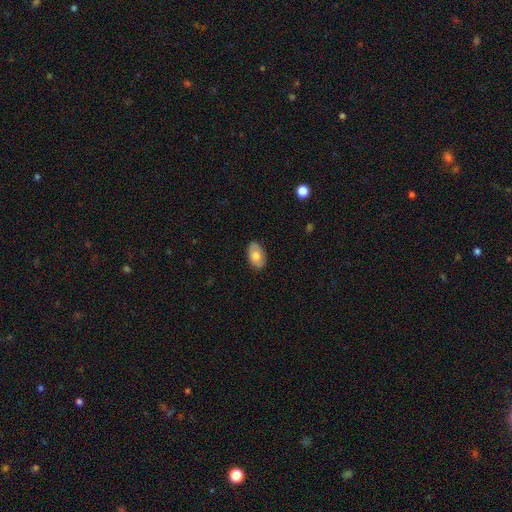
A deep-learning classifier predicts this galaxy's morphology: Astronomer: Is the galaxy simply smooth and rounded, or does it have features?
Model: smooth — 73%.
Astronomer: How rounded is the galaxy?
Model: in between — 92%.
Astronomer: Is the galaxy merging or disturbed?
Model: none — 85%.